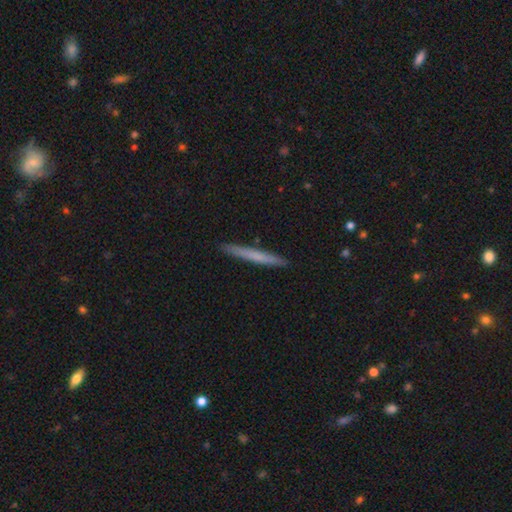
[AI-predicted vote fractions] smooth 62%, featured or disk 32%, star or artifact 6%. Down the decision tree: how rounded — cigar-shaped (97%); merging — none (92%).